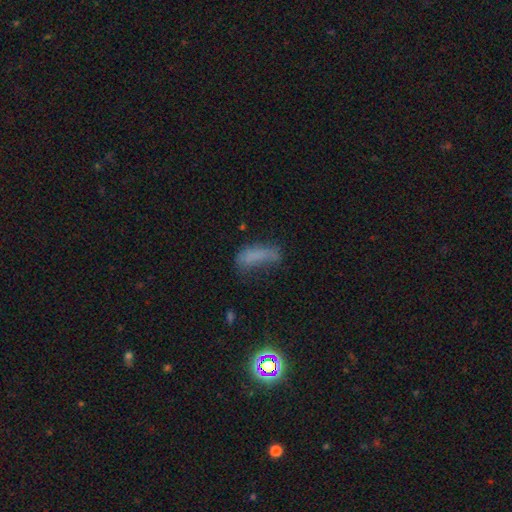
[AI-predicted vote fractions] A smooth galaxy with no disk features (65%) that is in between round and cigar-shaped (62%).

Vote fractions:
- Smooth or featured? smooth: 65% / featured or disk: 18% / star or artifact: 17%
- How rounded? in between: 62% / cigar-shaped: 34% / round: 4%
- Merging? none: 33% / major disturbance: 32% / minor disturbance: 29% / merger: 6%